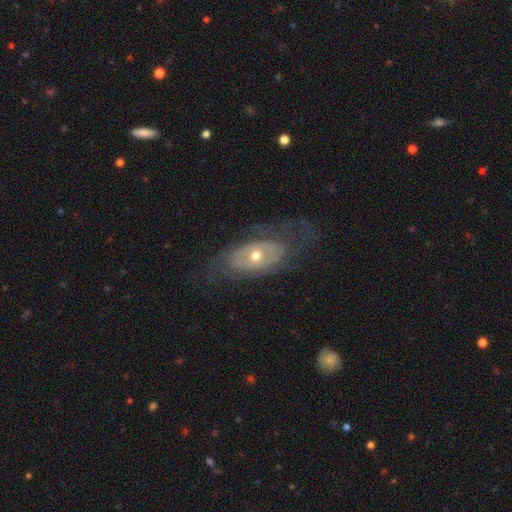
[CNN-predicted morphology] The model was most divided on "spiral arms": no: 52%, yes: 48%. More confident: edge-on disk — no (90%); bar — no (80%); smooth or featured — featured or disk (72%); merging — none (65%); bulge size — moderate (64%).